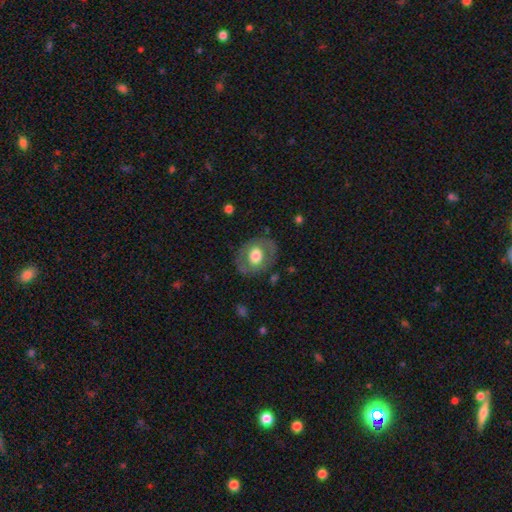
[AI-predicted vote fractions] The model was most divided on "how rounded": in between: 51%, round: 48%, cigar-shaped: 1%. More confident: merging — none (78%); smooth or featured — smooth (56%).